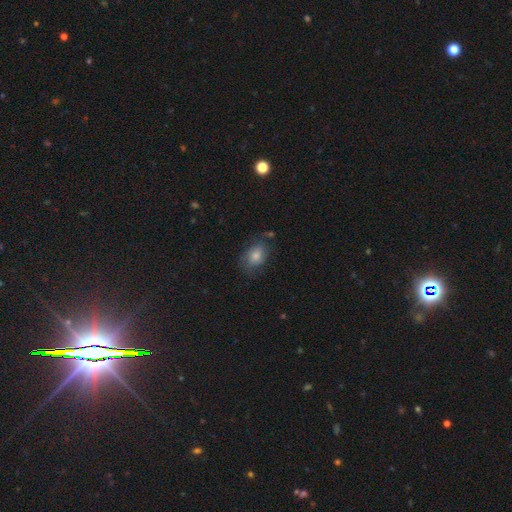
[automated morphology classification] Smooth or featured?
  - smooth: 78% *
  - featured or disk: 13%
  - star or artifact: 9%
How rounded?
  - in between: 76% *
  - round: 23%
  - cigar-shaped: 1%
Merging?
  - none: 62% *
  - minor disturbance: 25%
  - major disturbance: 10%
  - merger: 3%